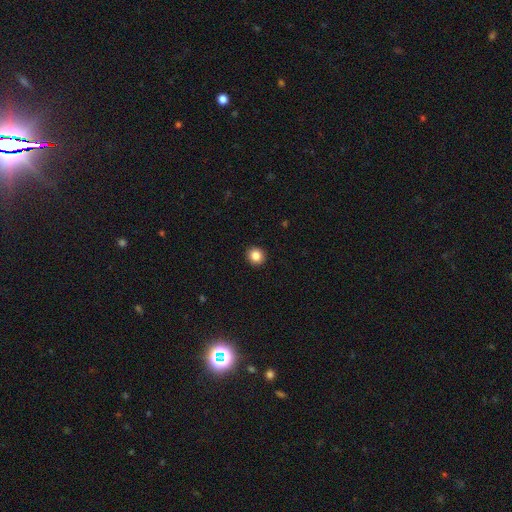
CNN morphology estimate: A smooth galaxy with no disk features (85%) that is round (91%). Merging: none (93%).